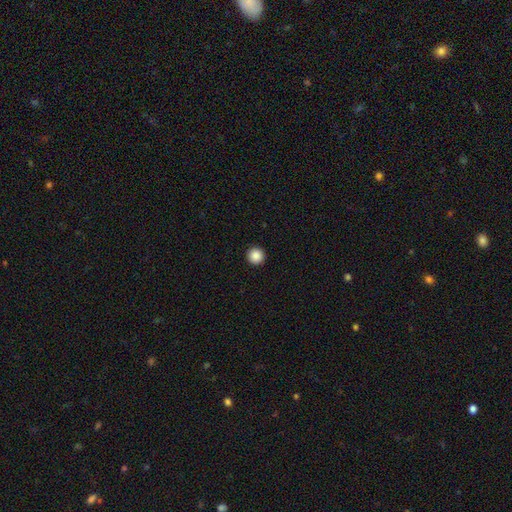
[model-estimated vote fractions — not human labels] The model was most divided on "smooth or featured": smooth: 88%, star or artifact: 9%, featured or disk: 3%. More confident: how rounded — round (97%); merging — none (94%).